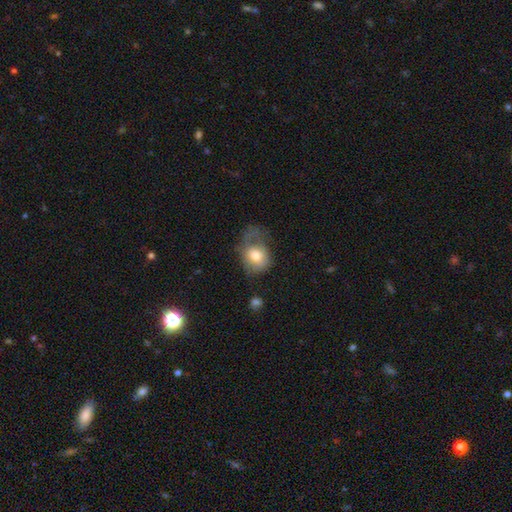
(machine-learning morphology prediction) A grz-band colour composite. It shows a smooth galaxy with no disk features (69%) that is in between round and cigar-shaped (52%). Merging: major disturbance (45%).